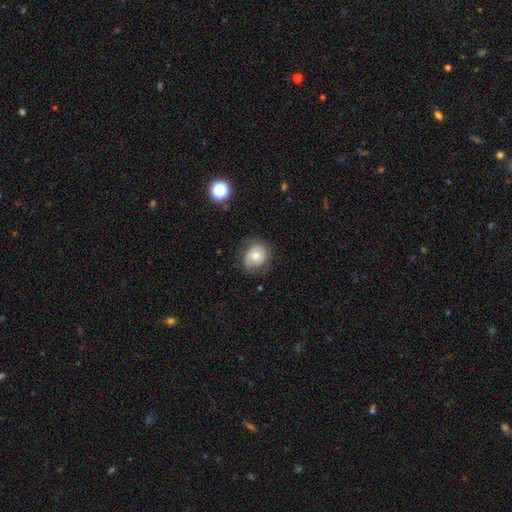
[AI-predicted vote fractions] Morphology: type=smooth (61%); roundness=round (61%); merging=none (62%).